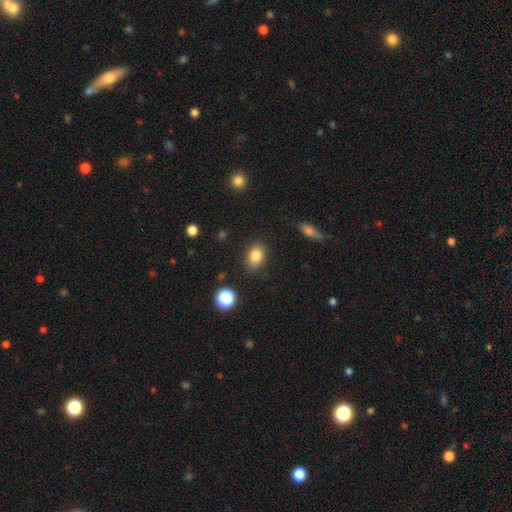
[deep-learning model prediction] A smooth galaxy with no disk features (83%) that is in between round and cigar-shaped (73%).

Vote fractions:
- Smooth or featured? smooth: 83% / star or artifact: 10% / featured or disk: 6%
- How rounded? in between: 73% / round: 26% / cigar-shaped: 1%
- Merging? none: 84% / minor disturbance: 11% / major disturbance: 3% / merger: 2%